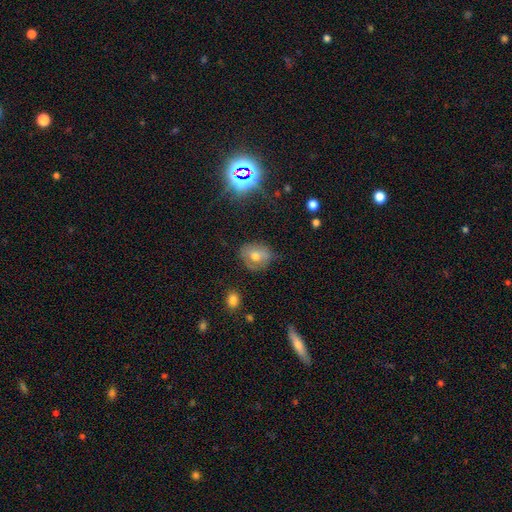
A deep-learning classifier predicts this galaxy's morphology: Q: Smooth or featured?
A: smooth (49%); runner-up: featured or disk (31%)
Q: Merging?
A: none (63%); runner-up: minor disturbance (26%)